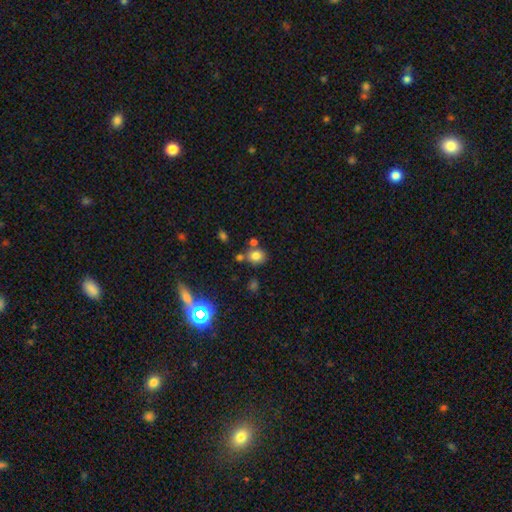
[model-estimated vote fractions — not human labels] smooth 78%, star or artifact 14%, featured or disk 8%. Down the decision tree: how rounded — round (67%); merging — none (68%).